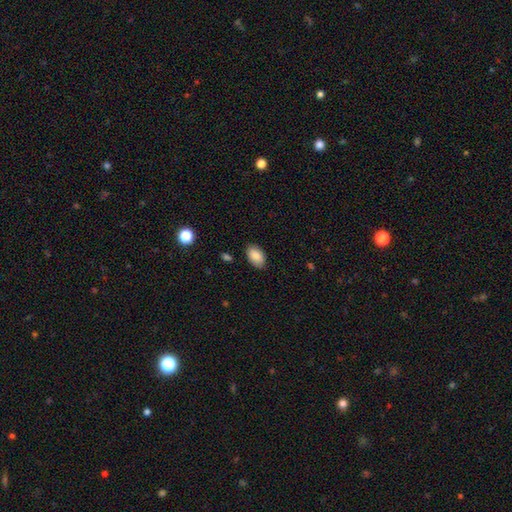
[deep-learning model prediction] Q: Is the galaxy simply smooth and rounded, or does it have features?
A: smooth — 87%.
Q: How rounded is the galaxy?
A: in between — 92%.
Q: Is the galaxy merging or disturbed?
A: none — 85%.